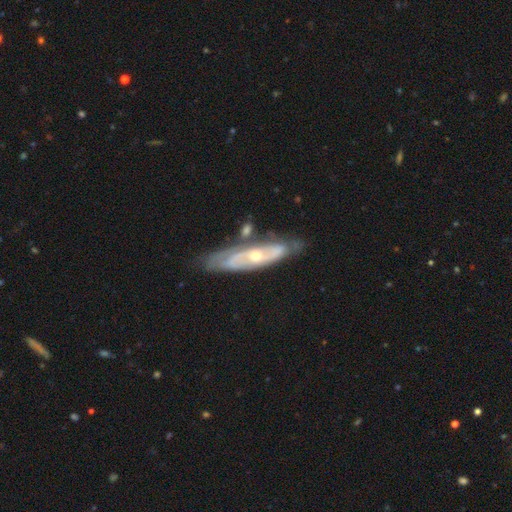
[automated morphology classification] type=featured or disk (79%); edge-on=no (76%); bar=no (68%); spiral arms=yes (77%); bulge=moderate (51%); merging=none (67%).